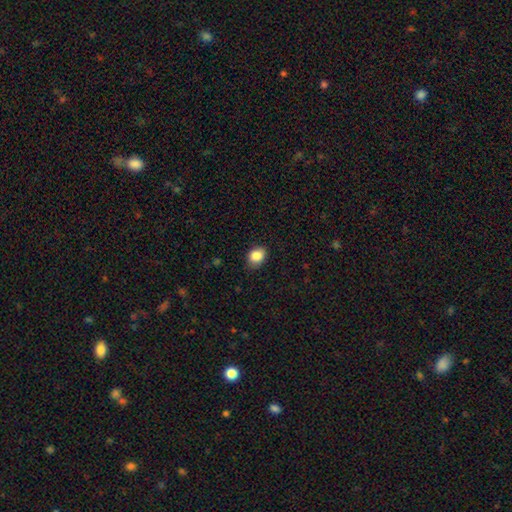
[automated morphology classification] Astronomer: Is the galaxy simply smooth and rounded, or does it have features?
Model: smooth — 87%.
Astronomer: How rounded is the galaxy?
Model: in between — 60% (runner-up: round, 39%).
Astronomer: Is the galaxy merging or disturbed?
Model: none — 80%.